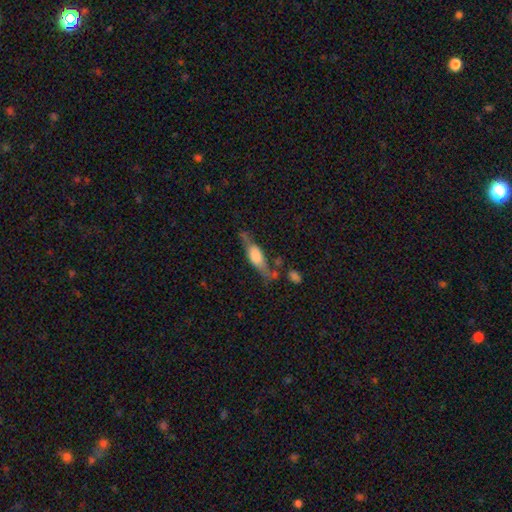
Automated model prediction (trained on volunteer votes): Smooth or featured: smooth — 49% (featured or disk — 45%)
Merging: none — 54% (minor disturbance — 24%)